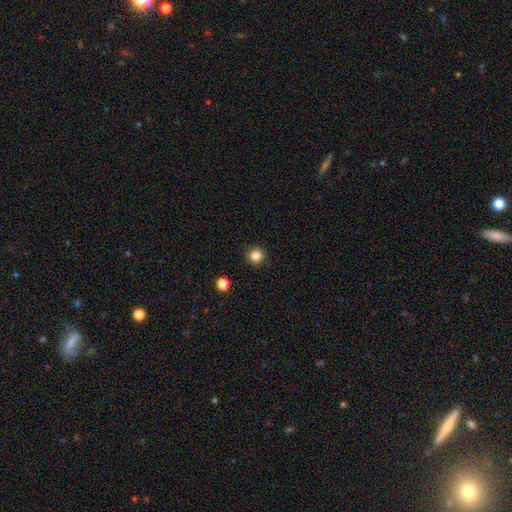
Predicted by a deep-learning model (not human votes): smooth-or-featured: smooth: 84% | star or artifact: 12% | featured or disk: 4%
  how-rounded: round: 94% | in between: 5% | cigar-shaped: 1%
  merging: none: 92% | minor disturbance: 5% | major disturbance: 2% | merger: 1%